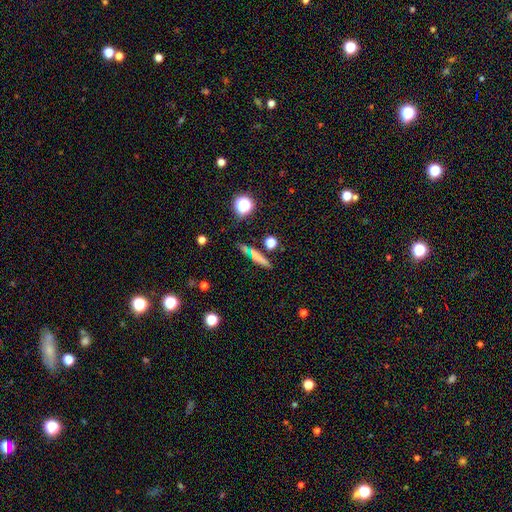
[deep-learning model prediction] Smooth or featured?
  - smooth: 65% *
  - featured or disk: 21%
  - star or artifact: 14%
How rounded?
  - cigar-shaped: 83% *
  - in between: 11%
  - round: 7%
Merging?
  - none: 72% *
  - minor disturbance: 13%
  - merger: 11%
  - major disturbance: 4%